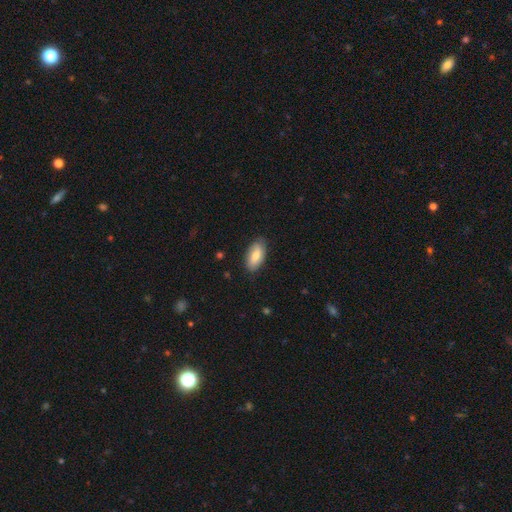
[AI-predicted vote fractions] Q: Smooth or featured?
A: smooth (73%); runner-up: featured or disk (21%)
Q: How rounded?
A: in between (92%); runner-up: cigar-shaped (5%)
Q: Merging?
A: none (82%); runner-up: minor disturbance (14%)